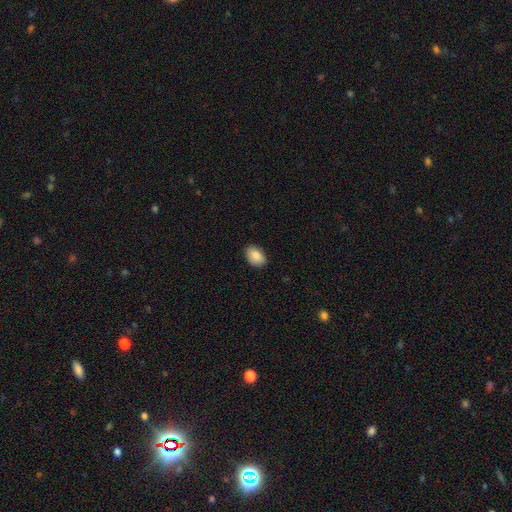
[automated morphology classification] A smooth galaxy with no disk features (87%) that is in between round and cigar-shaped (89%). Merging: none (86%).